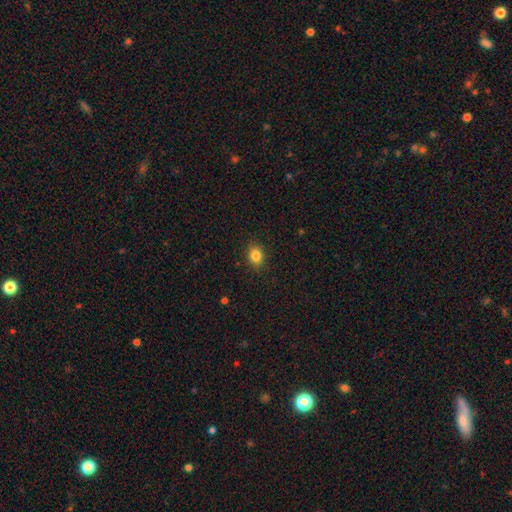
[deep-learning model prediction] A smooth galaxy with no disk features (84%) that is in between round and cigar-shaped (50%).

Vote fractions:
- Smooth or featured? smooth: 84% / star or artifact: 11% / featured or disk: 5%
- How rounded? in between: 50% / round: 49% / cigar-shaped: 1%
- Merging? none: 88% / minor disturbance: 9% / major disturbance: 2% / merger: 1%